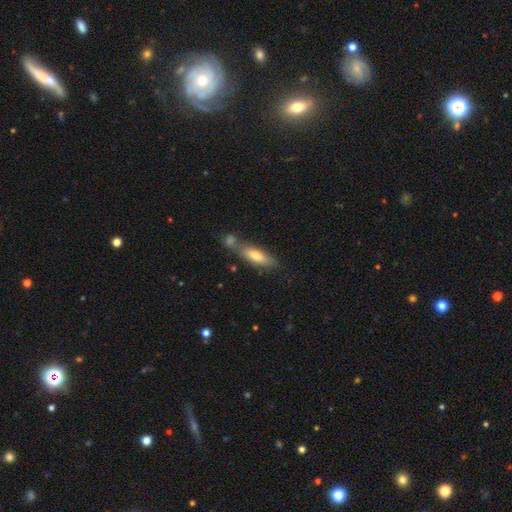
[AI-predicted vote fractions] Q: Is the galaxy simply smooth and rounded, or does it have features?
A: smooth — 62%.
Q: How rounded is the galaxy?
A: cigar-shaped — 57%.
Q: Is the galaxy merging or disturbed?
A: none — 55%.